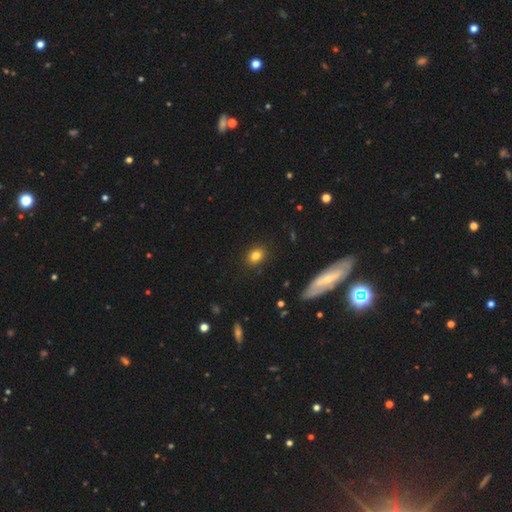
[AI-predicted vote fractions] smooth_or_featured: smooth (p=0.81) [alt: star or artifact p=0.11]
how_rounded: in between (p=0.55) [alt: round p=0.44]
merging: none (p=0.88) [alt: minor disturbance p=0.08]